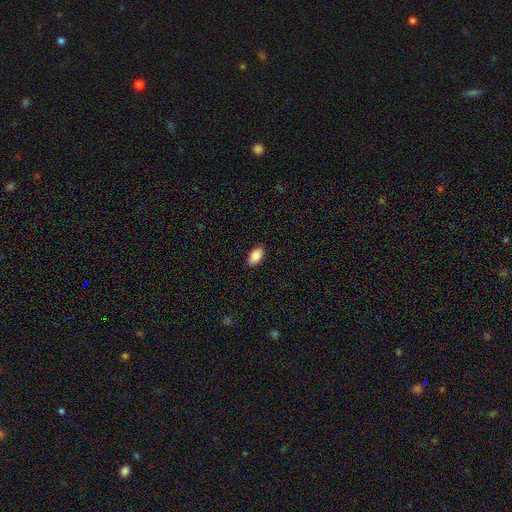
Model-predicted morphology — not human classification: smooth-or-featured: smooth: 87% | star or artifact: 7% | featured or disk: 6%
  how-rounded: in between: 93% | round: 4% | cigar-shaped: 3%
  merging: none: 88% | minor disturbance: 9% | major disturbance: 2% | merger: 1%